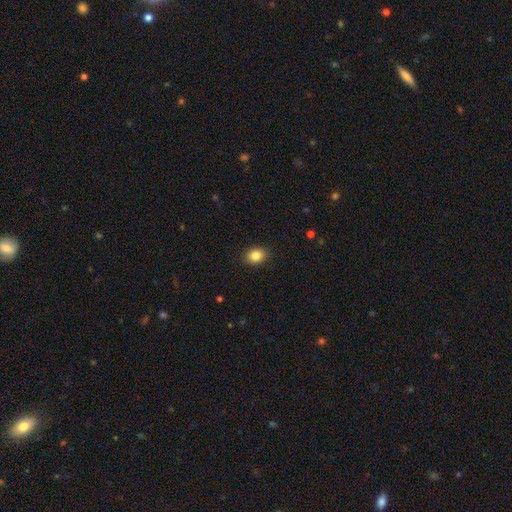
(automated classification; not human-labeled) This is clearly a smooth galaxy (85%). How rounded: possibly in between (59%). Merging: clearly none (90%).